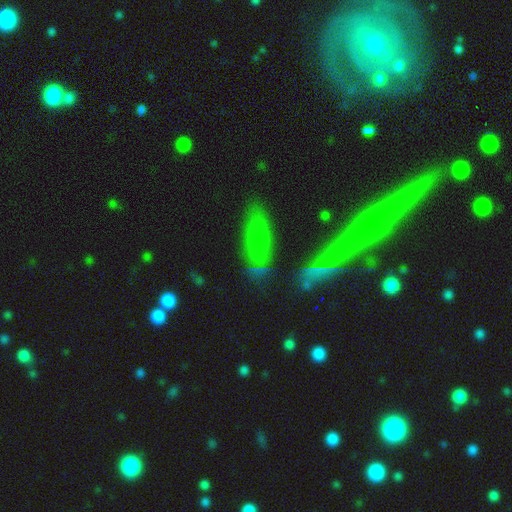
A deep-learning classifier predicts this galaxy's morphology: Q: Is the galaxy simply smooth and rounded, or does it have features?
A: smooth — 59%.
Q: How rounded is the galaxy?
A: in between — 64%.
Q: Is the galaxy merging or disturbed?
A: none — 72%.